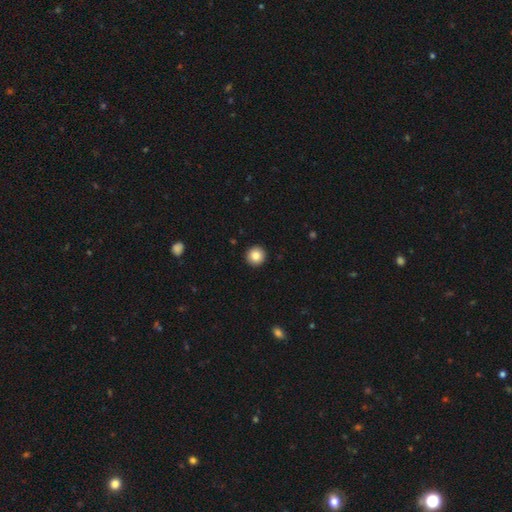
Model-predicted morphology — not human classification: type=smooth (86%); roundness=round (96%); merging=none (93%).